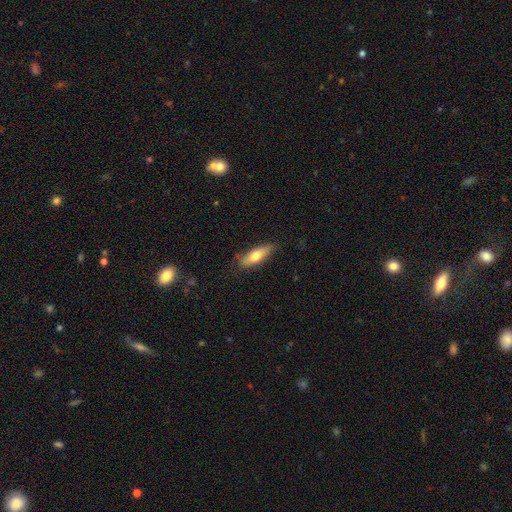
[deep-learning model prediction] This appears to be a smooth galaxy with no disk features (68%) that is in between round and cigar-shaped (53%). Merging: none (78%).